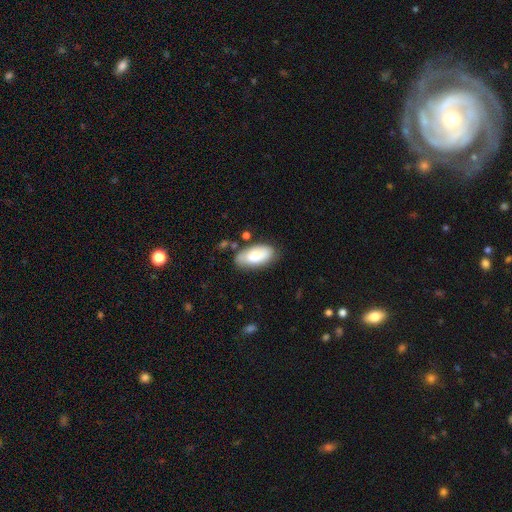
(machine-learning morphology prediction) This is likely a smooth galaxy (72%). How rounded: clearly in between (93%). Merging: likely none (70%).